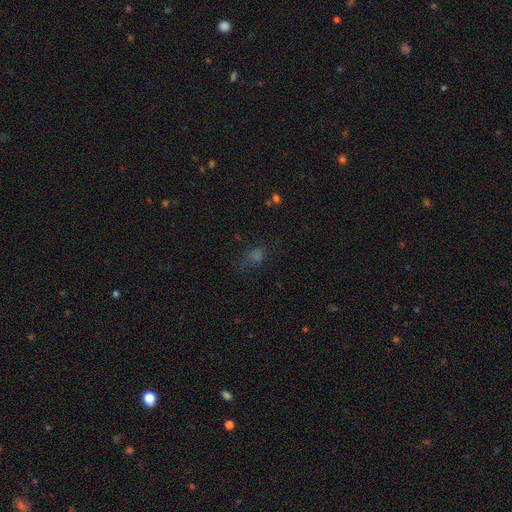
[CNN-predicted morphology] Smooth or featured? smooth (50%)
Merging? none (60%)